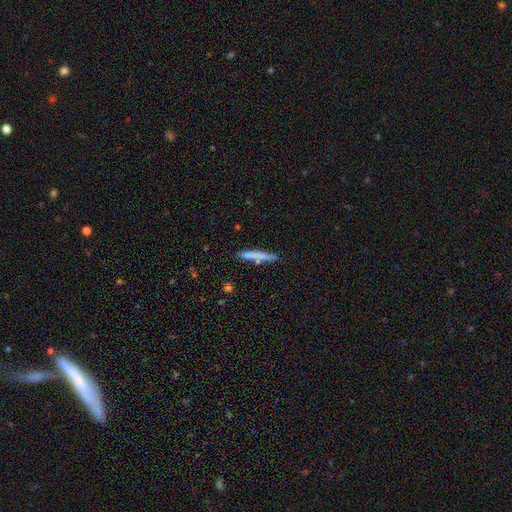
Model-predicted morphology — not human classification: Smooth or featured? smooth (71%)
How rounded? cigar-shaped (94%)
Merging? none (77%)